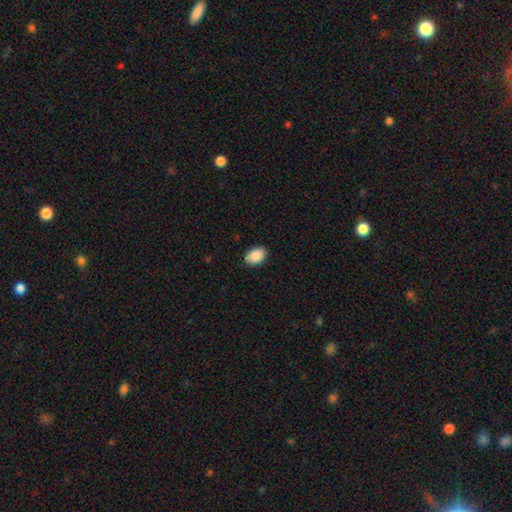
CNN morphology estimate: This appears to be a smooth galaxy with no disk features (90%) that is in between round and cigar-shaped (81%). Merging: none (88%).